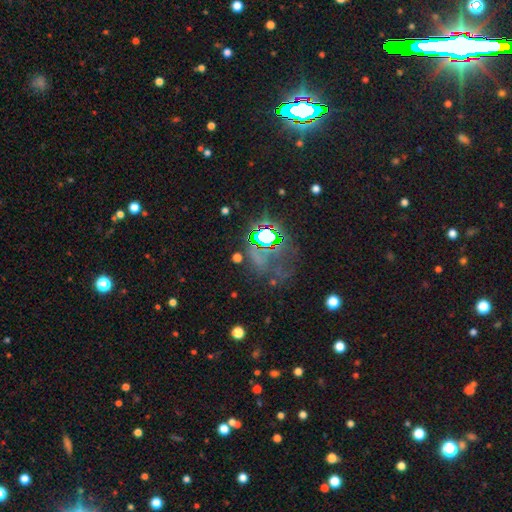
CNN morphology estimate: This appears to be a star or artifact, not a galaxy (74%).